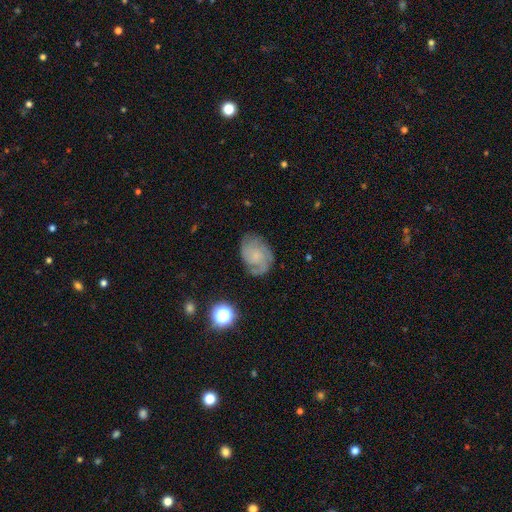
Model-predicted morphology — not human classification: smooth_or_featured: featured or disk (p=0.67) [alt: smooth p=0.24]
disk_edge_on: no (p=0.98) [alt: yes p=0.02]
bar: no (p=0.75) [alt: weak p=0.22]
has_spiral_arms: yes (p=0.92) [alt: no p=0.08]
spiral_winding: tight (p=0.48) [alt: medium p=0.39]
spiral_arm_count: can't tell (p=0.31) [alt: 2 p=0.27]
bulge_size: small (p=0.58) [alt: none p=0.22]
merging: none (p=0.67) [alt: minor disturbance p=0.22]